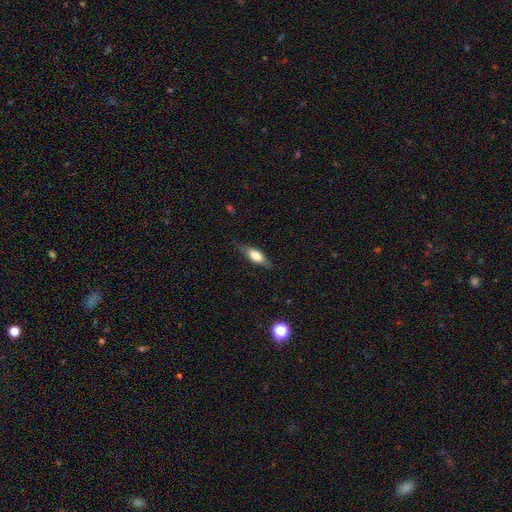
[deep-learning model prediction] Smooth or featured?
  - smooth: 65% *
  - featured or disk: 28%
  - star or artifact: 7%
How rounded?
  - in between: 64% *
  - cigar-shaped: 32%
  - round: 4%
Merging?
  - none: 77% *
  - minor disturbance: 17%
  - major disturbance: 5%
  - merger: 1%